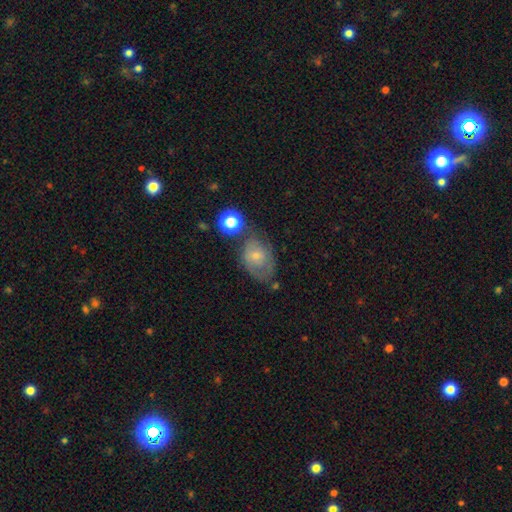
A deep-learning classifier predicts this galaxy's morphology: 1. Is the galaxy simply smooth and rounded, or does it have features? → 45% featured or disk, 42% smooth, 12% star or artifact.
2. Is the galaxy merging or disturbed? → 53% none, 26% minor disturbance, 12% major disturbance, 9% merger.